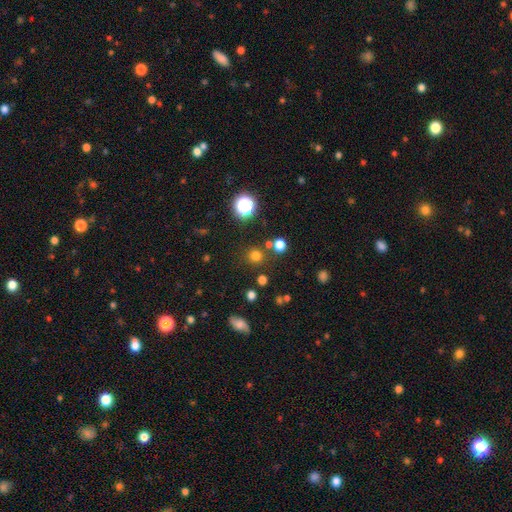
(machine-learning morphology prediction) The model was most divided on "smooth or featured": smooth: 71%, star or artifact: 23%, featured or disk: 6%. More confident: how rounded — round (93%); merging — none (81%).